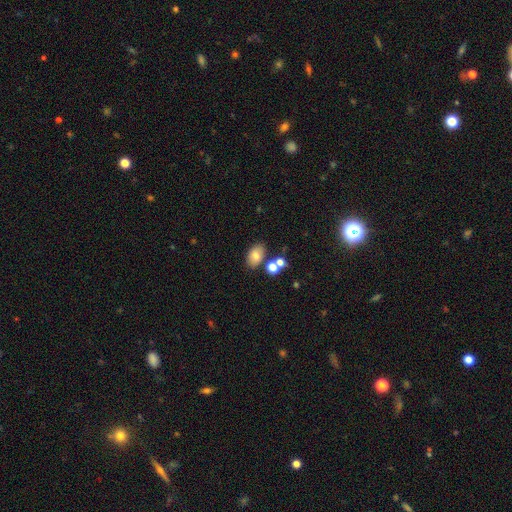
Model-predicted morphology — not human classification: Smooth or featured?
  - smooth: 76% *
  - featured or disk: 13%
  - star or artifact: 11%
How rounded?
  - in between: 85% *
  - round: 13%
  - cigar-shaped: 1%
Merging?
  - none: 71% *
  - merger: 14%
  - minor disturbance: 11%
  - major disturbance: 4%